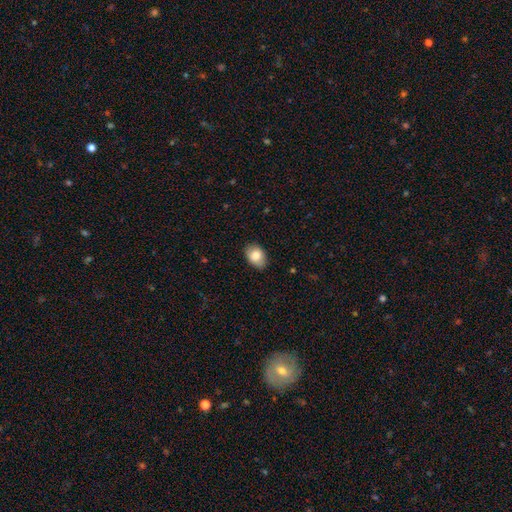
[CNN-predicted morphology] A smooth galaxy with no disk features (82%) that is in between round and cigar-shaped (82%).

Vote fractions:
- Smooth or featured? smooth: 82% / featured or disk: 10% / star or artifact: 7%
- How rounded? in between: 82% / round: 17% / cigar-shaped: 1%
- Merging? none: 85% / minor disturbance: 12% / major disturbance: 2% / merger: 1%